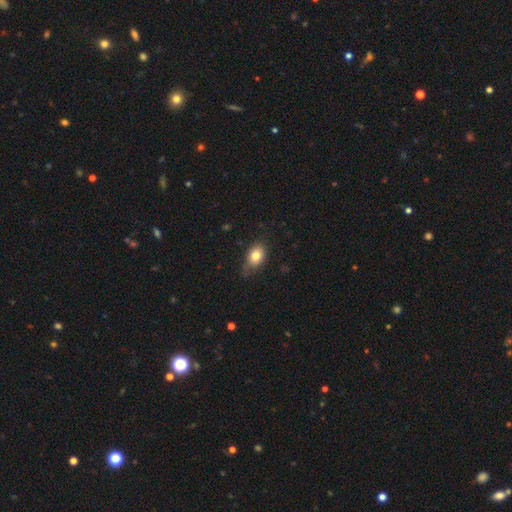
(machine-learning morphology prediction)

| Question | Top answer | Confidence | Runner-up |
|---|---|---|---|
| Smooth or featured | smooth | 80% | featured or disk (12%) |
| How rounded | in between | 78% | round (20%) |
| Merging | none | 63% | minor disturbance (29%) |